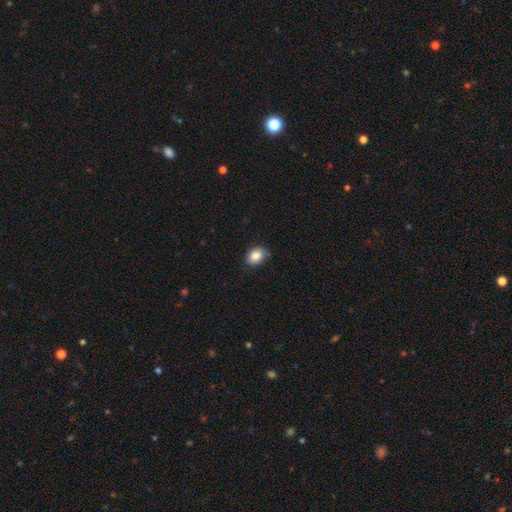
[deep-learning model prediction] Smooth or featured? smooth (84%)
How rounded? in between (68%)
Merging? none (79%)